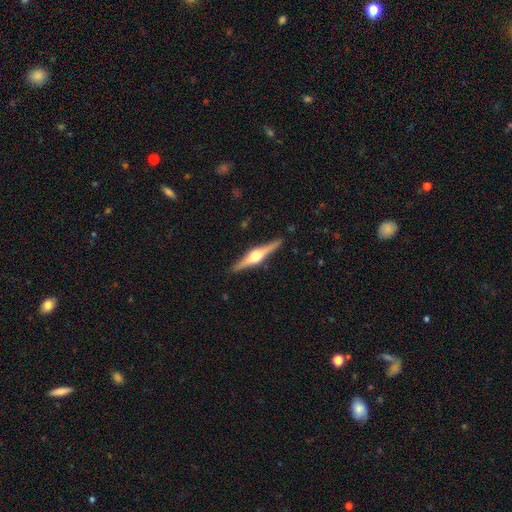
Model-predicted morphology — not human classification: This appears to be a featured or disk galaxy (80%) viewed edge-on (98%) with a rounded central bulge (95%). Merging: none (91%).